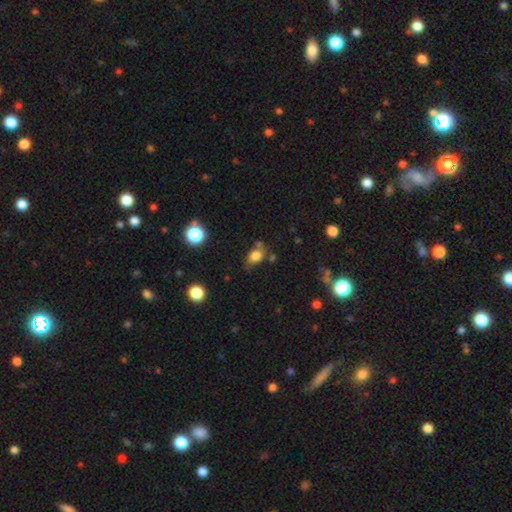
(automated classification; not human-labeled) Overall: smooth (74%). How rounded: in between (67%; round 31%). Merging: none (55%; minor disturbance 27%).